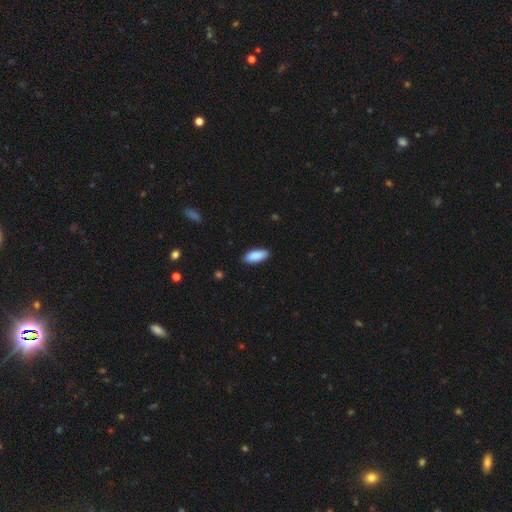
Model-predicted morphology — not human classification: This appears to be a smooth galaxy with no disk features (89%) that is in between round and cigar-shaped (83%). Merging: none (87%).